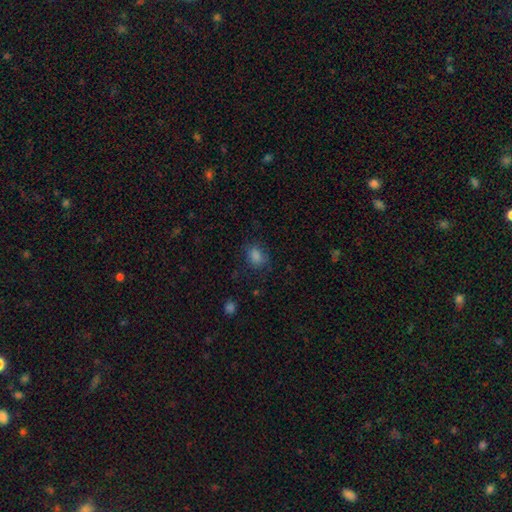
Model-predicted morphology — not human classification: A smooth galaxy with no disk features (81%) that is in between round and cigar-shaped (59%). Merging: none (73%).